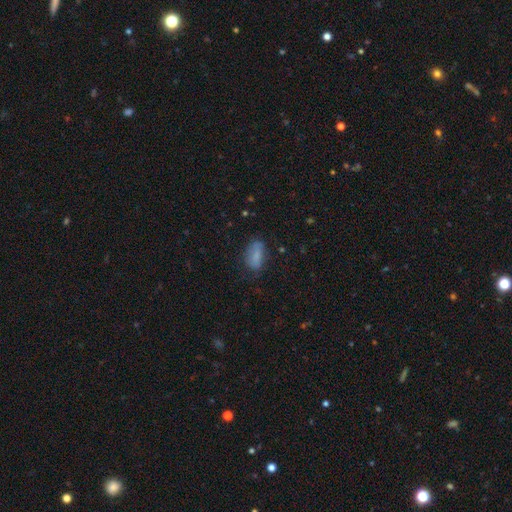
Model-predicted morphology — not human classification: A smooth galaxy with no disk features (78%) that is in between round and cigar-shaped (85%). Merging: none (64%).